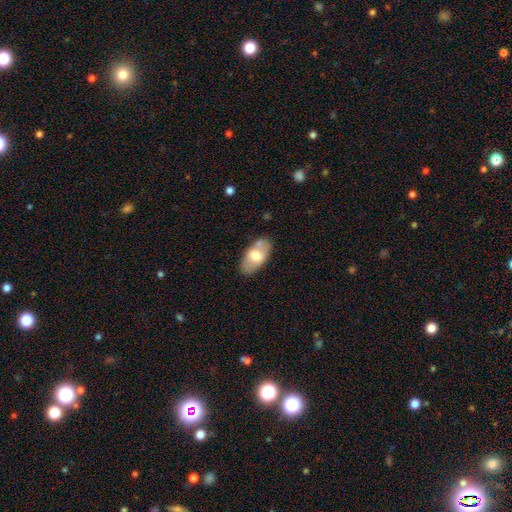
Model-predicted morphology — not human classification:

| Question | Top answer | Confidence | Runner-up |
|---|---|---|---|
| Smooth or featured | smooth | 64% | featured or disk (29%) |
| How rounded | in between | 93% | round (4%) |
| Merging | none | 71% | minor disturbance (15%) |